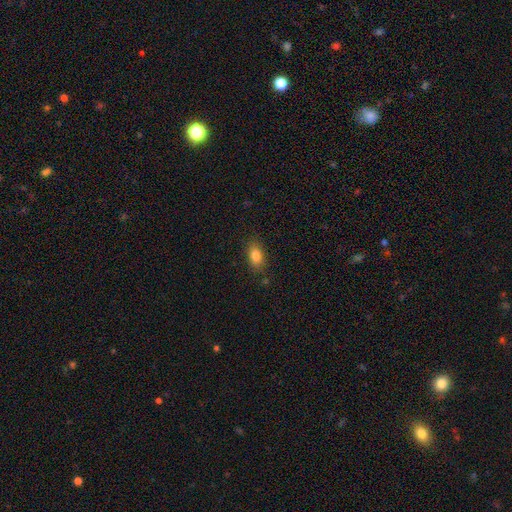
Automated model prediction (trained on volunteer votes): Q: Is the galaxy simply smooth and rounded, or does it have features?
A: smooth — 83%.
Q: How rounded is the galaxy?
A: in between — 85%.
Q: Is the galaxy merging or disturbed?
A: none — 84%.